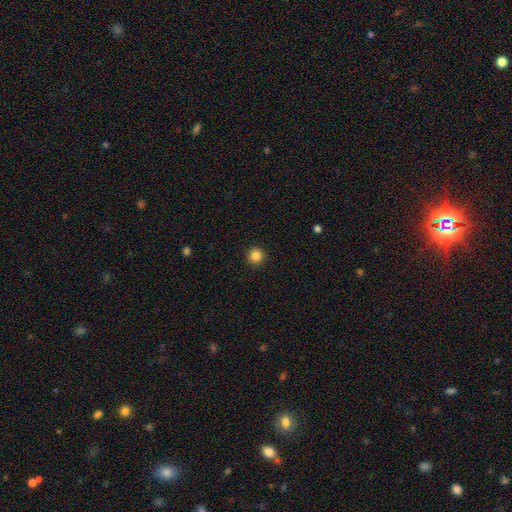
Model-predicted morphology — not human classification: type=smooth (85%); roundness=round (96%); merging=none (93%).